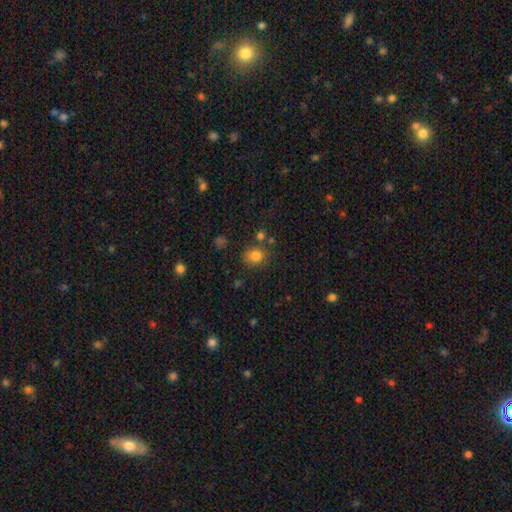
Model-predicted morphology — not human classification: Smooth or featured?
  - smooth: 81% *
  - star or artifact: 13%
  - featured or disk: 6%
How rounded?
  - round: 73% *
  - in between: 26%
  - cigar-shaped: 1%
Merging?
  - none: 75% *
  - minor disturbance: 13%
  - merger: 8%
  - major disturbance: 4%